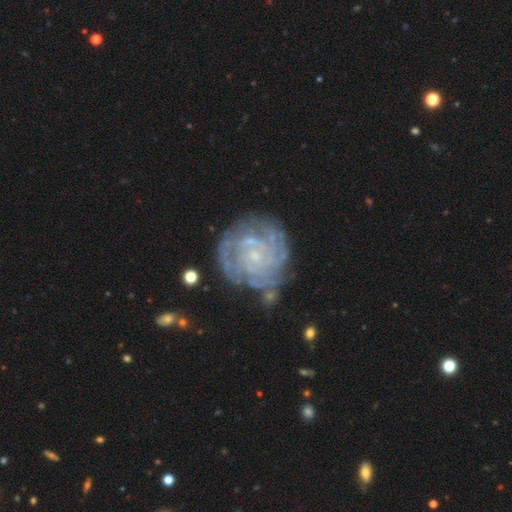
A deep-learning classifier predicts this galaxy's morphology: The model was most divided on "spiral arm count": can't tell: 40%, 4: 17%, 3: 14%, 2: 13%, more than 4: 9%, 1: 7%. More confident: edge-on disk — no (98%); spiral arms — yes (92%); smooth or featured — featured or disk (82%); bulge size — small (81%); spiral winding — tight (78%); bar — no (74%); merging — none (66%).